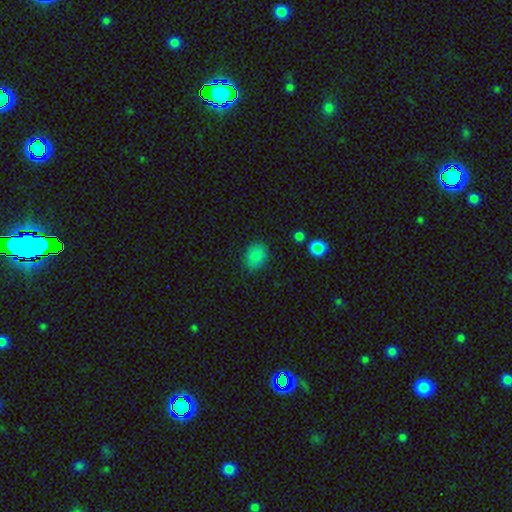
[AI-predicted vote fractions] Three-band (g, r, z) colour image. It shows a smooth galaxy with no disk features (85%) that is round (50%). Merging: none (82%).